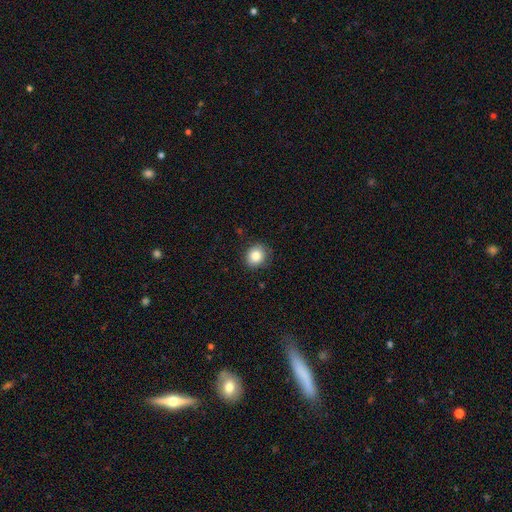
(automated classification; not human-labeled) smooth_or_featured: smooth (p=0.84) [alt: star or artifact p=0.10]
how_rounded: round (p=0.77) [alt: in between p=0.22]
merging: none (p=0.87) [alt: minor disturbance p=0.10]